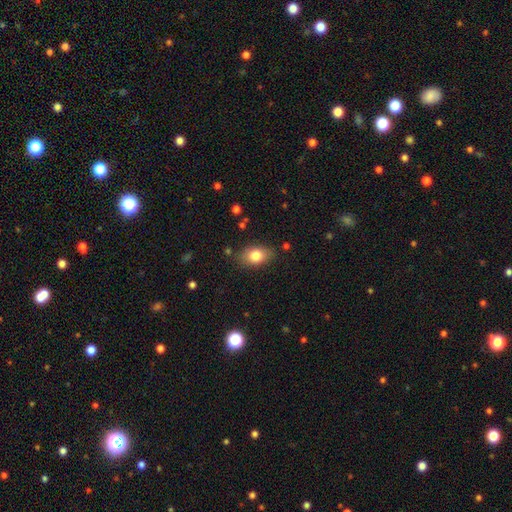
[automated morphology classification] smooth-or-featured: smooth: 80% | featured or disk: 12% | star or artifact: 8%
  how-rounded: in between: 84% | round: 14% | cigar-shaped: 2%
  merging: none: 82% | minor disturbance: 14% | major disturbance: 3% | merger: 2%